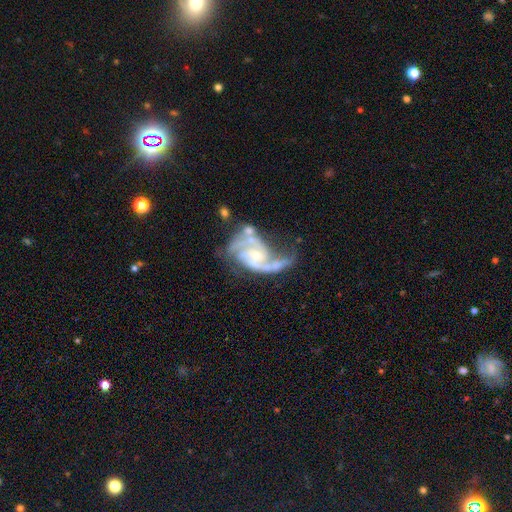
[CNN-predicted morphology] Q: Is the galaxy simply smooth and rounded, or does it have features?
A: featured or disk — 90%.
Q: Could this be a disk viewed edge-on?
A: no — 98%.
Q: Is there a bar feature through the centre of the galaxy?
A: no — 53%.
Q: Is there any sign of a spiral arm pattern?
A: yes — 97%.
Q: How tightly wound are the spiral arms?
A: medium — 52%.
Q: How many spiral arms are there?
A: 2 — 63%.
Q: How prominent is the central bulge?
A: small — 60%.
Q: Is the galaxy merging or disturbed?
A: none — 35%.